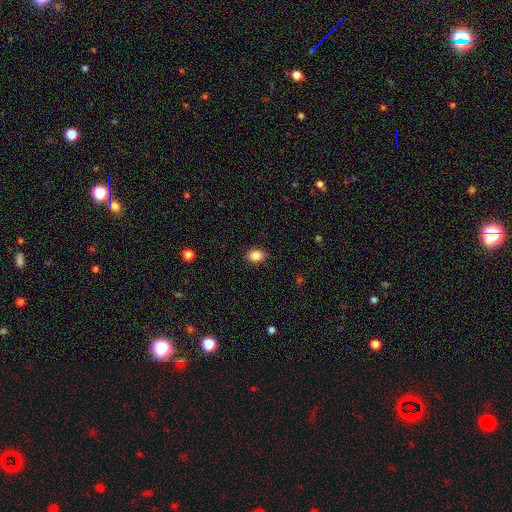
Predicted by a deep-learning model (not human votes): Smooth or featured?
  - smooth: 87% *
  - star or artifact: 9%
  - featured or disk: 4%
How rounded?
  - in between: 67% *
  - round: 32%
  - cigar-shaped: 1%
Merging?
  - none: 88% *
  - minor disturbance: 9%
  - major disturbance: 2%
  - merger: 1%